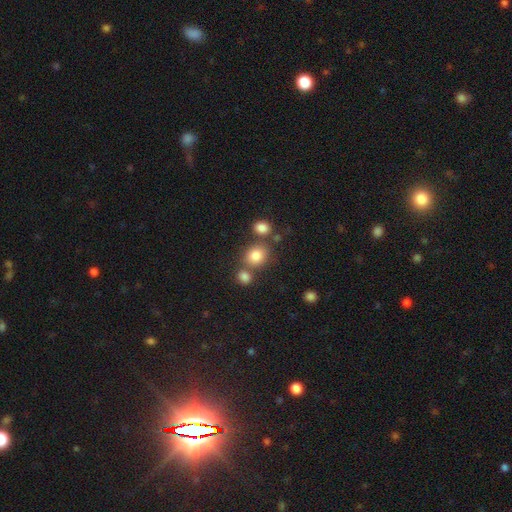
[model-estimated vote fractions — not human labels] Q: Smooth or featured?
A: smooth (82%); runner-up: star or artifact (11%)
Q: How rounded?
A: round (65%); runner-up: in between (34%)
Q: Merging?
A: none (61%); runner-up: merger (24%)